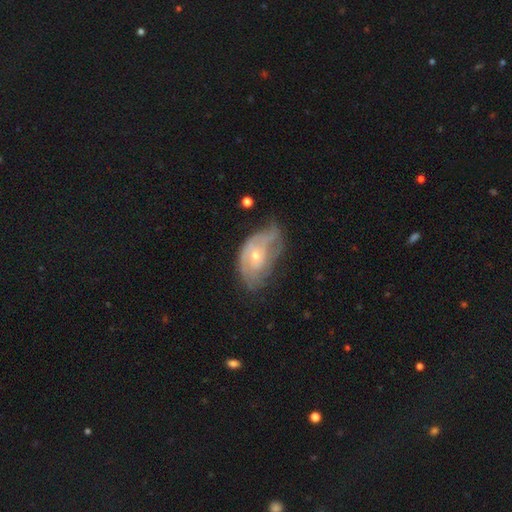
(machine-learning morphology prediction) featured or disk 70%, smooth 23%, star or artifact 7%. Down the decision tree: edge-on disk — no (95%); bar — no (74%); spiral arms — yes (72%); bulge size — small (58%); merging — none (36%).